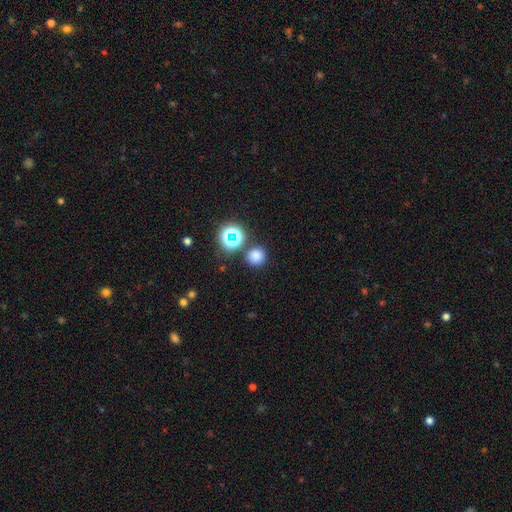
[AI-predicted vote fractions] smooth 75%, star or artifact 20%, featured or disk 5%. Down the decision tree: how rounded — round (92%); merging — none (83%).